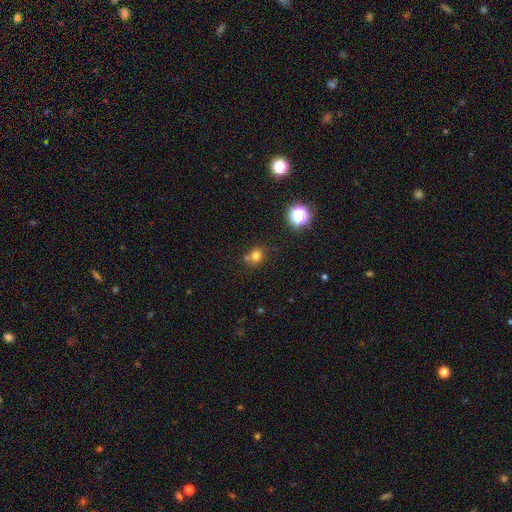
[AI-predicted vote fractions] A smooth galaxy with no disk features (73%) that is round (78%).

Vote fractions:
- Smooth or featured? smooth: 73% / star or artifact: 19% / featured or disk: 8%
- How rounded? round: 78% / in between: 21% / cigar-shaped: 1%
- Merging? none: 62% / merger: 19% / minor disturbance: 14% / major disturbance: 5%